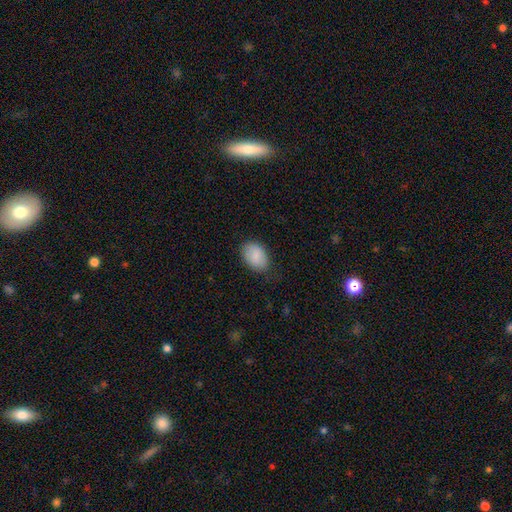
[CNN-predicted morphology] smooth-or-featured: smooth: 86% | featured or disk: 7% | star or artifact: 7%
  how-rounded: in between: 86% | round: 13% | cigar-shaped: 1%
  merging: none: 77% | minor disturbance: 18% | major disturbance: 4% | merger: 1%